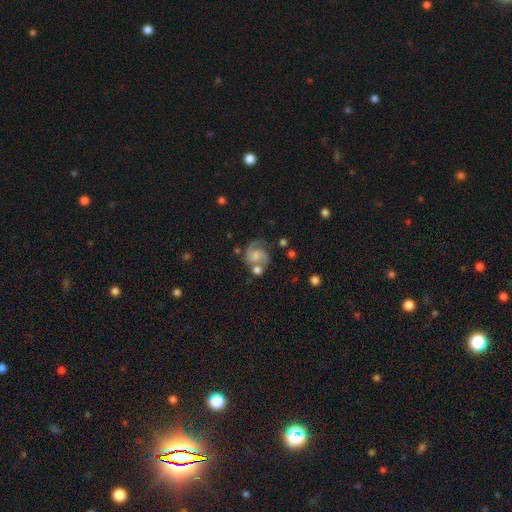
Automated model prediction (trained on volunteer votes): Morphology: type=featured or disk (75%); edge-on=no (98%); bar=no (63%); spiral arms=yes (94%); winding=medium (51%); arm count=2 (76%); bulge=small (42%); merging=none (50%).